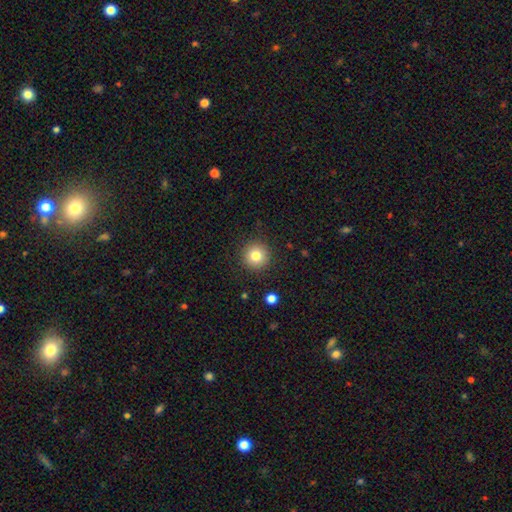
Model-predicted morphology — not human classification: smooth_or_featured: smooth (p=0.81) [alt: star or artifact p=0.11]
how_rounded: round (p=0.95) [alt: in between p=0.04]
merging: none (p=0.91) [alt: minor disturbance p=0.06]